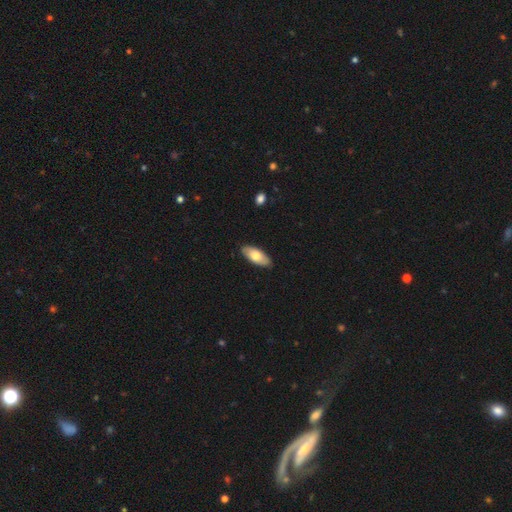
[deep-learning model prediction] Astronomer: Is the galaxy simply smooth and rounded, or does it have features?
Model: smooth — 72%.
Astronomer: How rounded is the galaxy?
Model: in between — 88%.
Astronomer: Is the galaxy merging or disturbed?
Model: none — 86%.